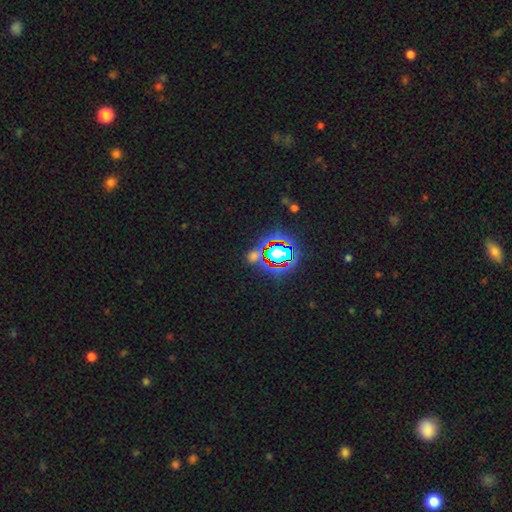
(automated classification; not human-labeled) The model was most divided on "smooth or featured": star or artifact: 73%, smooth: 18%, featured or disk: 9%.